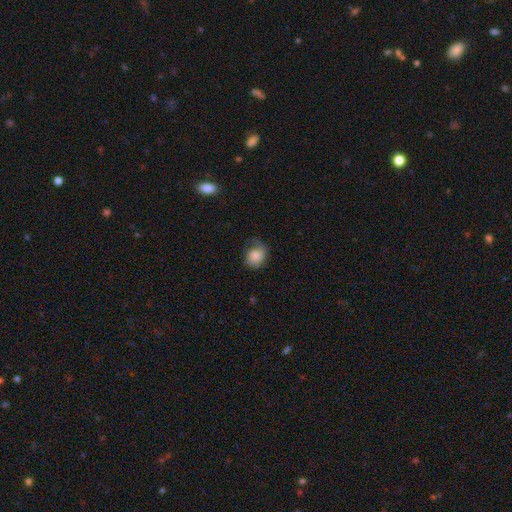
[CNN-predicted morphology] Overall: smooth (67%). How rounded: round (54%; in between 45%). Merging: none (45%; minor disturbance 31%).